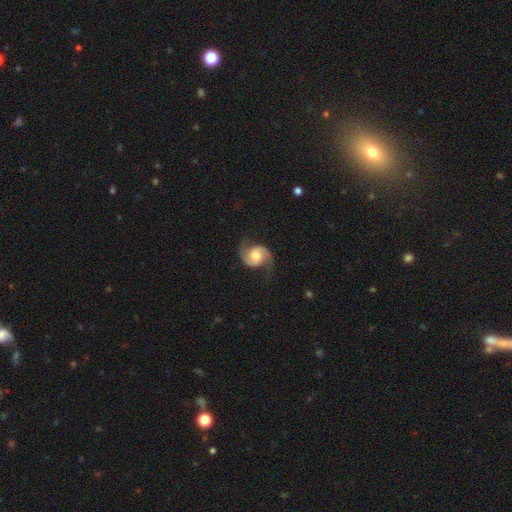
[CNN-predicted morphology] A featured or disk galaxy (89%) with no bar (57%), 2 (94%) medium (52%) spiral arms (98%) and a moderate central bulge (54%). Merging: none (79%).